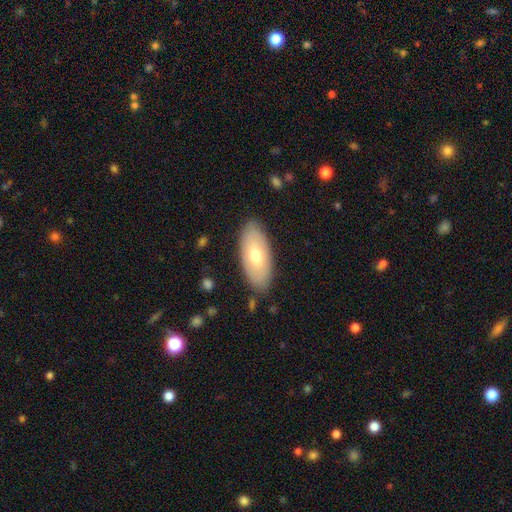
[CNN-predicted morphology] The model was most divided on "smooth or featured": smooth: 63%, featured or disk: 32%, star or artifact: 6%. More confident: how rounded — in between (90%); merging — none (85%).